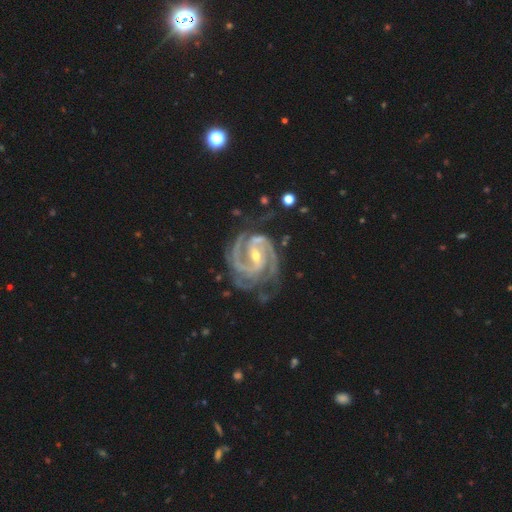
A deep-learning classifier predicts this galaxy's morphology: A featured or disk galaxy (94%) with a strong bar (46%), 2 (60%) tight (53%) spiral arms (99%) and a small central bulge (58%). Merging: none (65%).